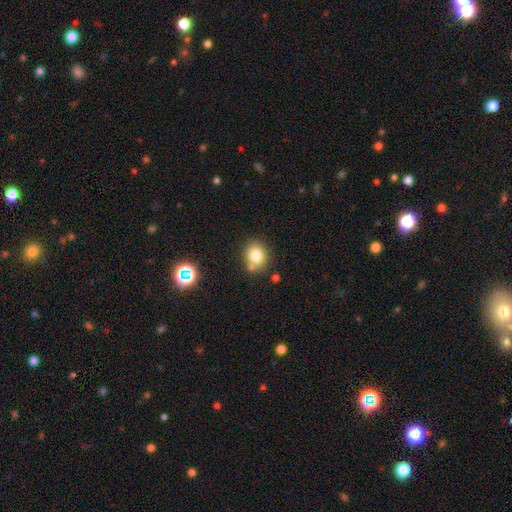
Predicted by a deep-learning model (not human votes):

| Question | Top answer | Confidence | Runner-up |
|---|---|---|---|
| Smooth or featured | smooth | 79% | star or artifact (12%) |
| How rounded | round | 58% | in between (41%) |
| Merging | none | 71% | minor disturbance (16%) |